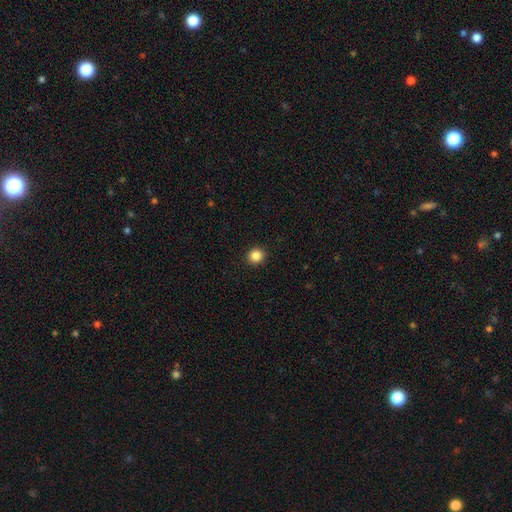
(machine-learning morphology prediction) A smooth galaxy with no disk features (86%) that is round (92%).

Vote fractions:
- Smooth or featured? smooth: 86% / star or artifact: 11% / featured or disk: 3%
- How rounded? round: 92% / in between: 7% / cigar-shaped: 1%
- Merging? none: 93% / minor disturbance: 4% / major disturbance: 2% / merger: 1%